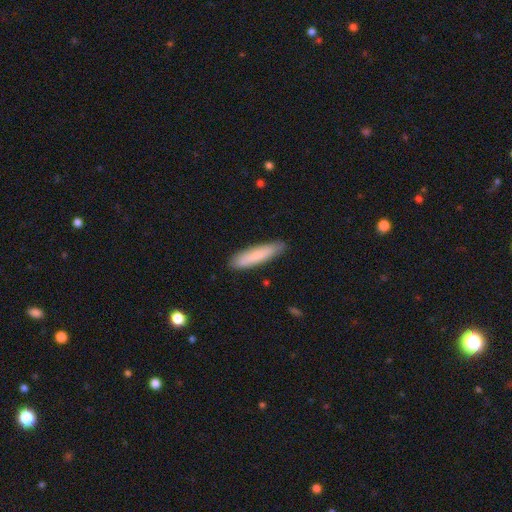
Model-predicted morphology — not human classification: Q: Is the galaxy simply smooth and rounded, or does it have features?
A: smooth — 81%.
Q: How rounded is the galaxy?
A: cigar-shaped — 82%.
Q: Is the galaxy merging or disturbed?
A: none — 86%.